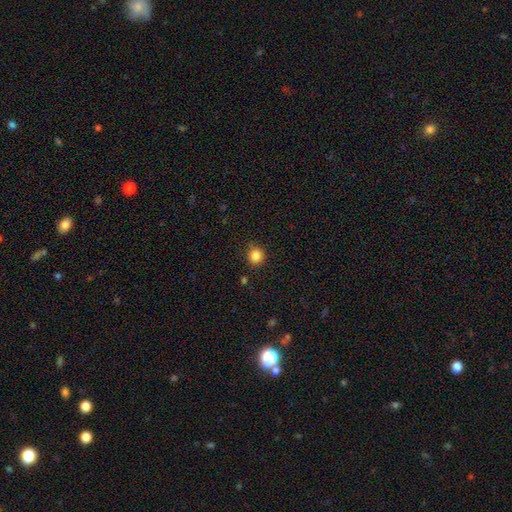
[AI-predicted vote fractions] Smooth or featured: smooth — 85% (star or artifact — 11%)
How rounded: round — 88% (in between — 11%)
Merging: none — 86% (minor disturbance — 10%)